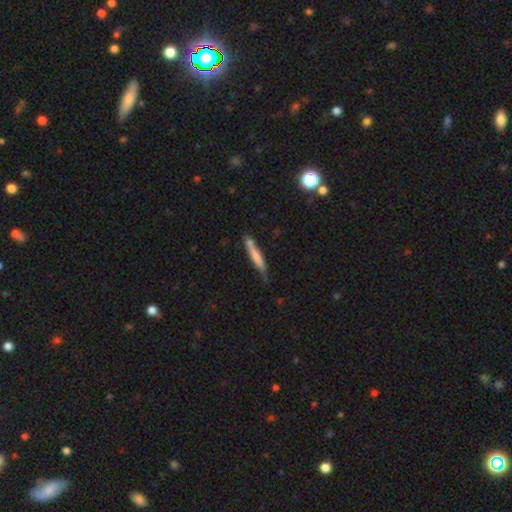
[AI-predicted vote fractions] smooth-or-featured: smooth: 67% | featured or disk: 27% | star or artifact: 6%
  how-rounded: cigar-shaped: 93% | in between: 6% | round: 1%
  merging: none: 67% | minor disturbance: 22% | merger: 6% | major disturbance: 4%